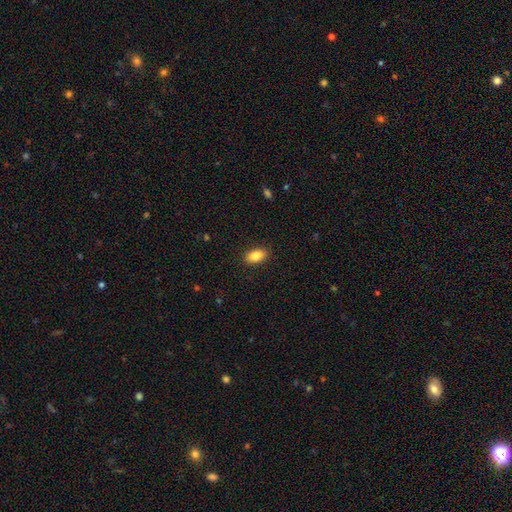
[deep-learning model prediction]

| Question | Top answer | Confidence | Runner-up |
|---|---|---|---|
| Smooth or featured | smooth | 85% | star or artifact (8%) |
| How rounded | in between | 91% | round (6%) |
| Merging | none | 89% | minor disturbance (8%) |